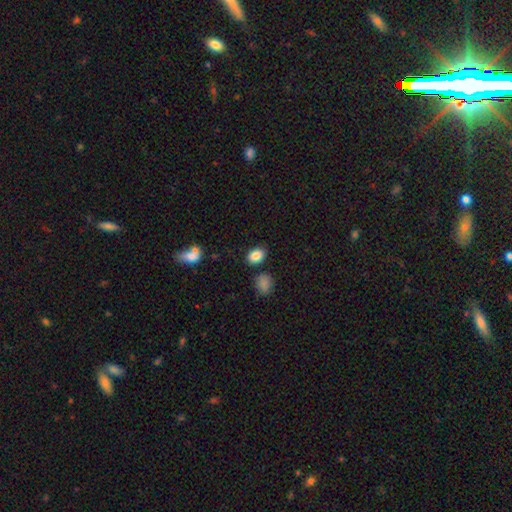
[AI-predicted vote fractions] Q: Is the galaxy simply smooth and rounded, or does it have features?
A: smooth — 86%.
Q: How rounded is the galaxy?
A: in between — 70%.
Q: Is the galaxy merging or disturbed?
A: none — 80%.